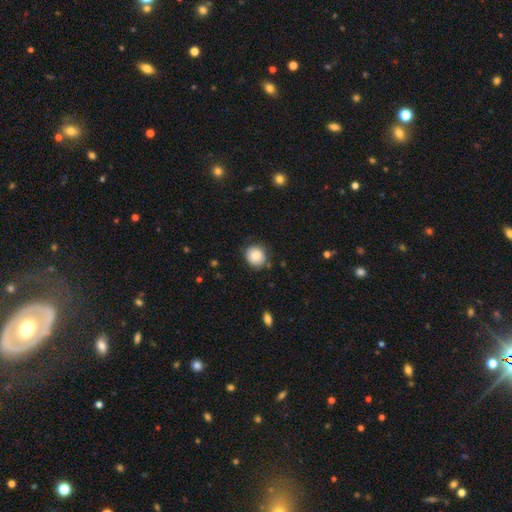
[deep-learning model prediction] A smooth galaxy with no disk features (83%) that is round (76%). Merging: none (77%).